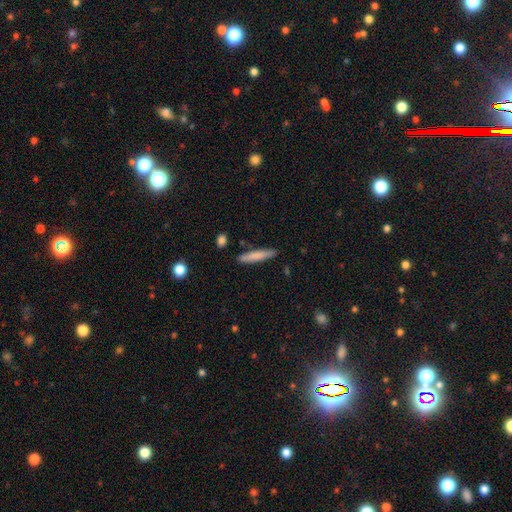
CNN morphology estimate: smooth 77%, featured or disk 17%, star or artifact 6%. Down the decision tree: how rounded — cigar-shaped (90%); merging — none (83%).